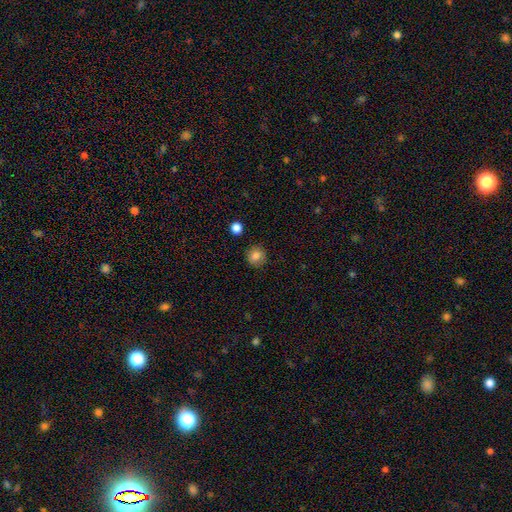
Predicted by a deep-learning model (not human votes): Overall: smooth (83%). How rounded: round (87%). Merging: none (88%).